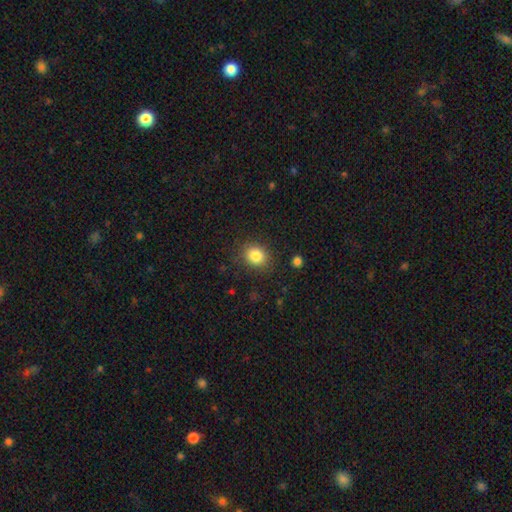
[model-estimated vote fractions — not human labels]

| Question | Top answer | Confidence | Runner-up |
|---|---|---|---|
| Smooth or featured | smooth | 84% | star or artifact (10%) |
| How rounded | round | 69% | in between (31%) |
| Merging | none | 85% | minor disturbance (10%) |